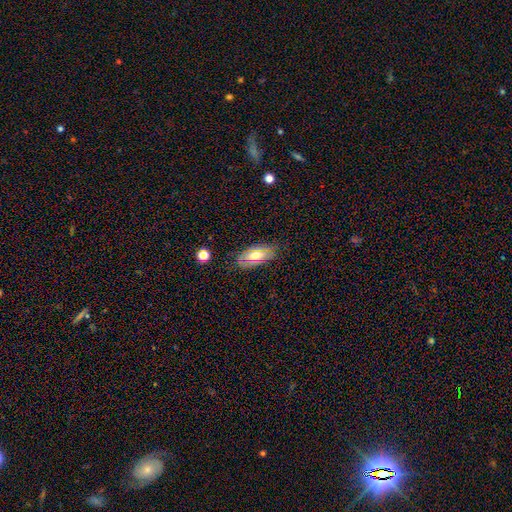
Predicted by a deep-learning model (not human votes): Smooth or featured?
  - smooth: 54% *
  - featured or disk: 37%
  - star or artifact: 8%
How rounded?
  - in between: 89% *
  - cigar-shaped: 7%
  - round: 4%
Merging?
  - none: 78% *
  - minor disturbance: 17%
  - major disturbance: 4%
  - merger: 1%